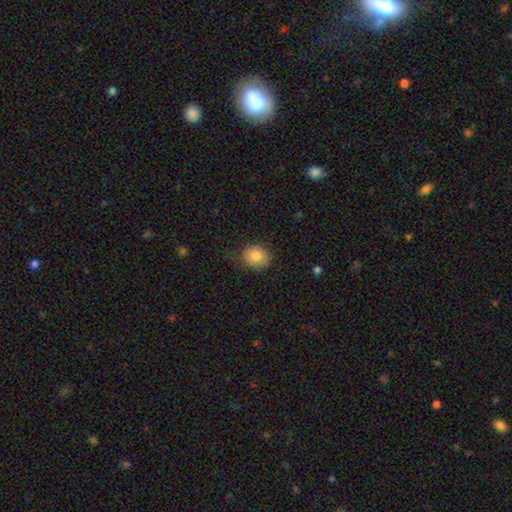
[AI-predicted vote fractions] The model was most divided on "how rounded": round: 59%, in between: 40%, cigar-shaped: 1%. More confident: smooth or featured — smooth (84%); merging — none (65%).